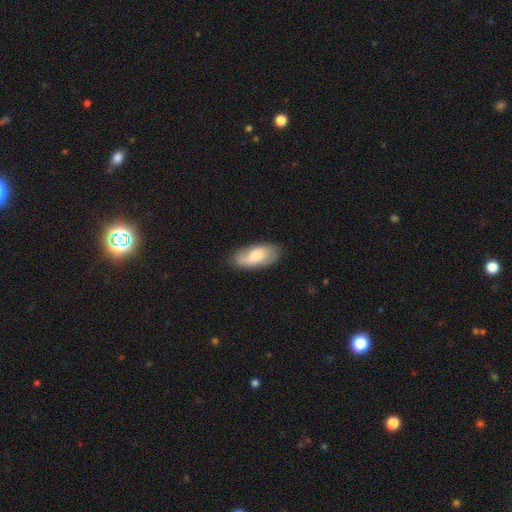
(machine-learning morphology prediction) Smooth or featured: smooth — 63% (featured or disk — 30%)
How rounded: in between — 90% (cigar-shaped — 7%)
Merging: none — 74% (minor disturbance — 19%)